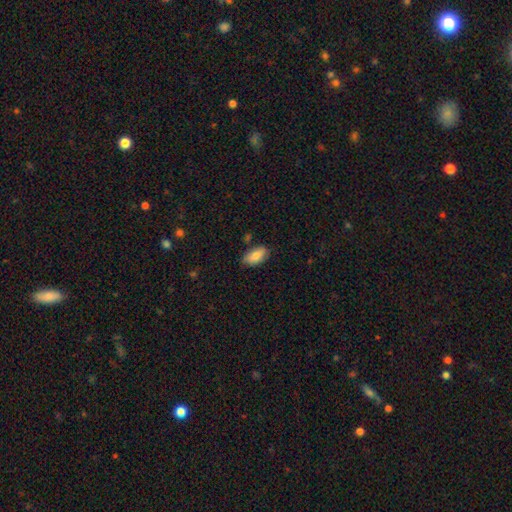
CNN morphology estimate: A smooth galaxy with no disk features (84%) that is in between round and cigar-shaped (92%).

Vote fractions:
- Smooth or featured? smooth: 84% / featured or disk: 10% / star or artifact: 7%
- How rounded? in between: 92% / cigar-shaped: 5% / round: 3%
- Merging? none: 78% / minor disturbance: 16% / merger: 3% / major disturbance: 3%